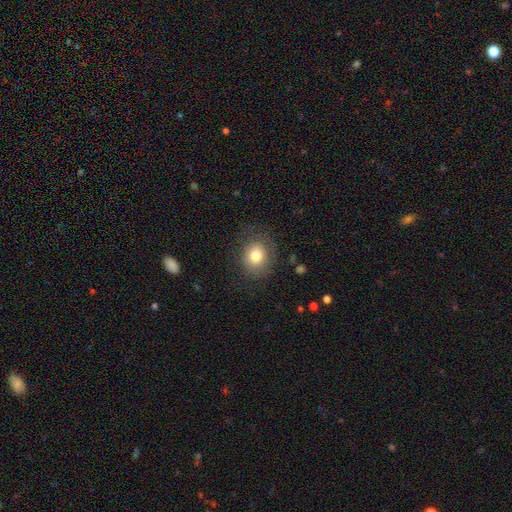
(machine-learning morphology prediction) Smooth or featured: smooth — 78% (featured or disk — 13%)
How rounded: round — 73% (in between — 26%)
Merging: none — 75% (minor disturbance — 15%)